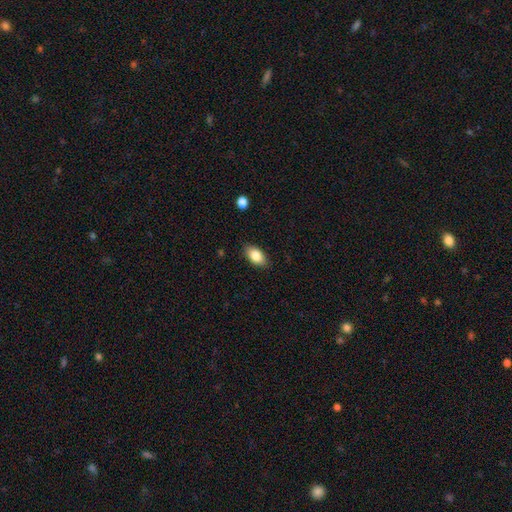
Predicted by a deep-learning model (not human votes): Smooth or featured: smooth — 83% (featured or disk — 9%)
How rounded: in between — 92% (round — 6%)
Merging: none — 87% (minor disturbance — 10%)